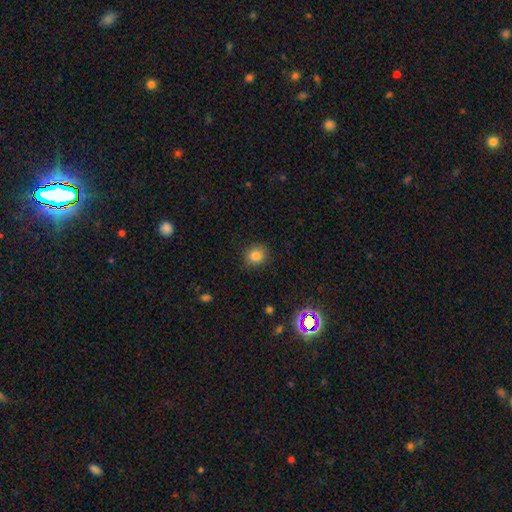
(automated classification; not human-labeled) A smooth galaxy with no disk features (84%) that is round (77%). Merging: none (86%).